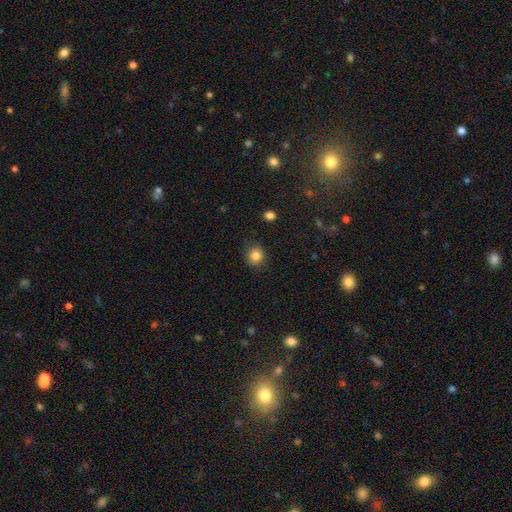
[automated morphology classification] This appears to be a smooth galaxy with no disk features (84%) that is round (87%). Merging: none (86%).